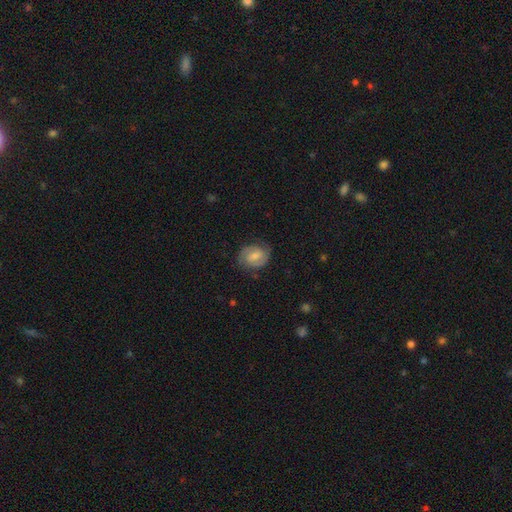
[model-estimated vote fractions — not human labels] Smooth or featured: featured or disk — 52% (smooth — 40%)
Edge-on disk: no — 97% (yes — 3%)
Bar: weak — 53% (no — 33%)
Spiral arms: yes — 87% (no — 13%)
Bulge size: moderate — 46% (small — 39%)
Merging: none — 78% (minor disturbance — 16%)